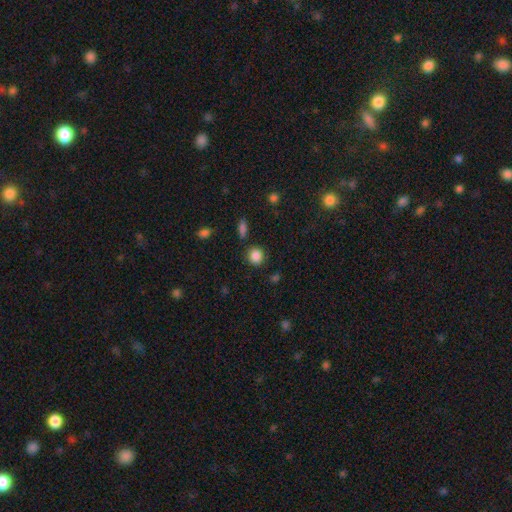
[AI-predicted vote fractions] This appears to be a smooth galaxy with no disk features (86%) that is round (83%). Merging: none (86%).